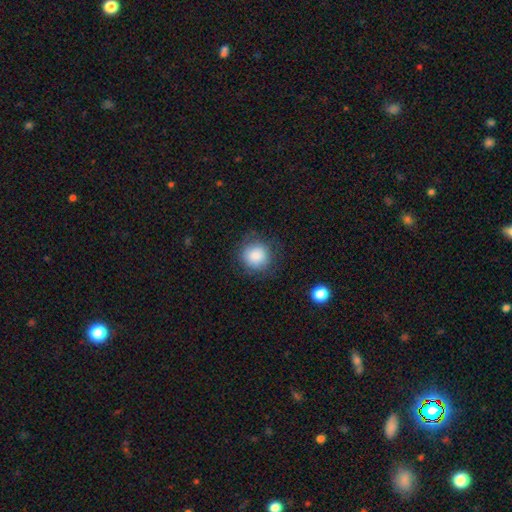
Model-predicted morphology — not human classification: smooth-or-featured: smooth: 83% | star or artifact: 9% | featured or disk: 8%
  how-rounded: round: 90% | in between: 9% | cigar-shaped: 1%
  merging: none: 76% | minor disturbance: 16% | major disturbance: 7% | merger: 1%